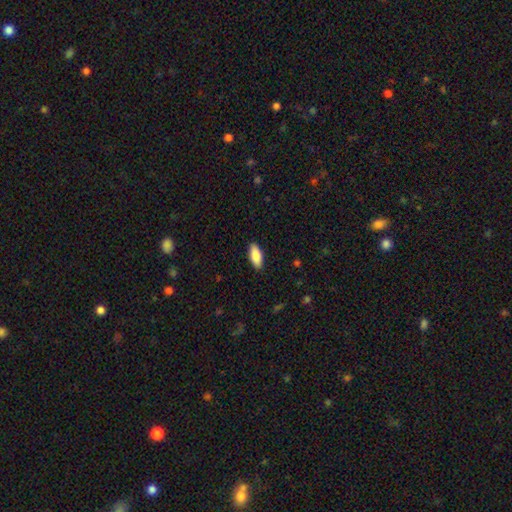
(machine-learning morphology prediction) Q: Smooth or featured?
A: smooth (87%); runner-up: featured or disk (7%)
Q: How rounded?
A: in between (83%); runner-up: cigar-shaped (15%)
Q: Merging?
A: none (89%); runner-up: minor disturbance (8%)